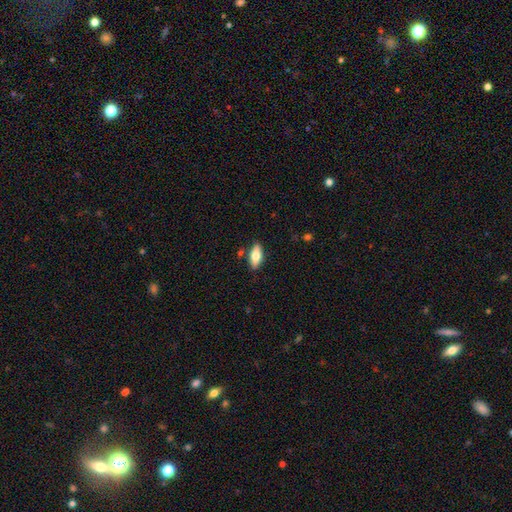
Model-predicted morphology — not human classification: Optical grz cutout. It shows a smooth galaxy with no disk features (71%) that is in between round and cigar-shaped (80%). Merging: none (84%).